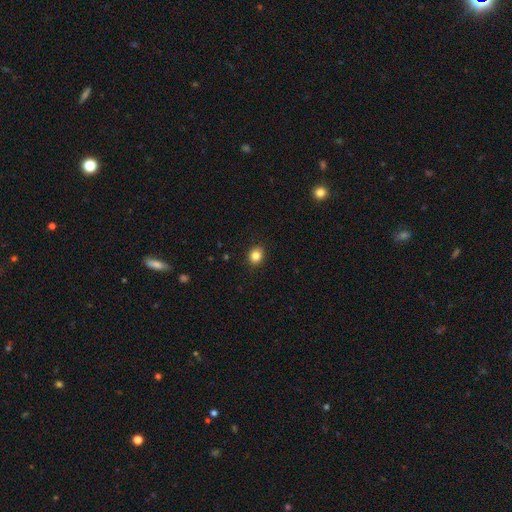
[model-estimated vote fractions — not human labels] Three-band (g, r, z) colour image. It shows a smooth galaxy with no disk features (84%) that is round (65%). Merging: none (91%).